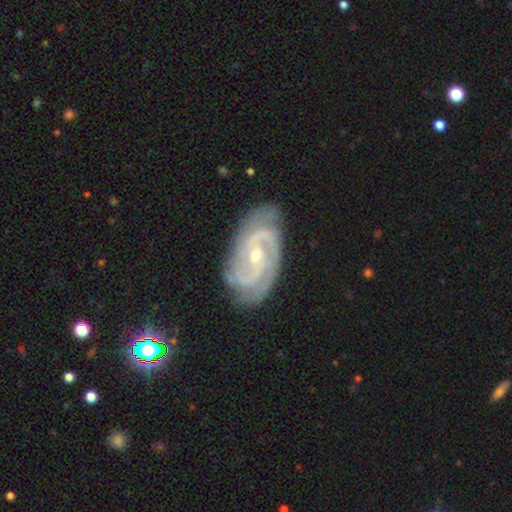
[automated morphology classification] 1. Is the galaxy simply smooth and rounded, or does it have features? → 91% featured or disk, 5% star or artifact, 4% smooth.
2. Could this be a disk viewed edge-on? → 97% no, 3% yes.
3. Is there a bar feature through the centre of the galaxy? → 43% no, 42% weak, 15% strong.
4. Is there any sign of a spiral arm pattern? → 98% yes, 2% no.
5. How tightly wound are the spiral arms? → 56% tight, 38% medium, 6% loose.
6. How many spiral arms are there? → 51% 2, 26% 3, 10% can't tell, 5% 4, 4% 1, 4% more than 4.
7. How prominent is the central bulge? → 55% small, 43% moderate, 1% large, 1% none, 1% dominant.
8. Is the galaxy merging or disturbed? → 77% none, 17% minor disturbance, 4% major disturbance, 1% merger.